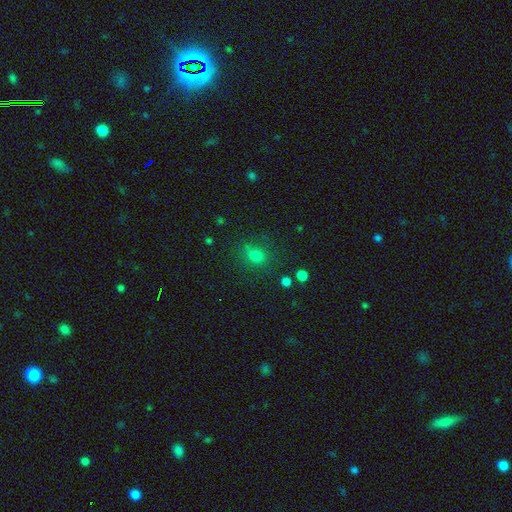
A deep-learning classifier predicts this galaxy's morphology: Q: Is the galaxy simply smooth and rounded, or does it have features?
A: smooth — 73%.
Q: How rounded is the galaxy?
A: in between — 56%.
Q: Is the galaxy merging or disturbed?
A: none — 71%.